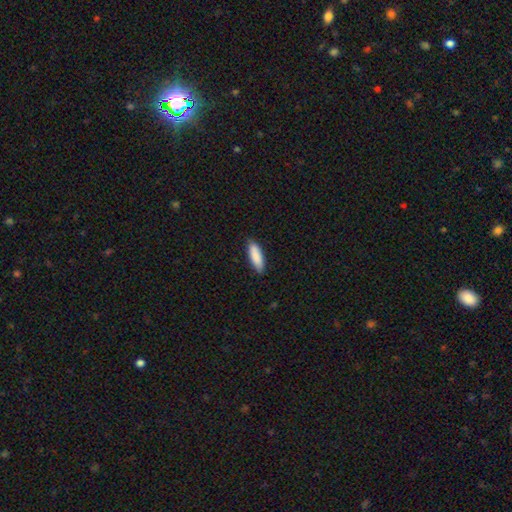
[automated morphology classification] Smooth or featured: smooth — 89% (star or artifact — 6%)
How rounded: in between — 54% (cigar-shaped — 44%)
Merging: none — 86% (minor disturbance — 11%)